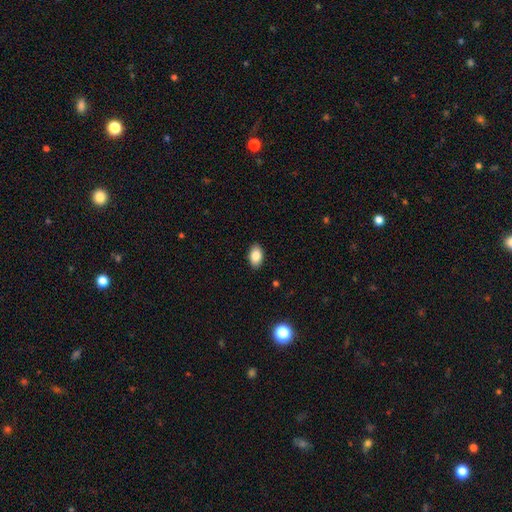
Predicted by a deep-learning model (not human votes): This is clearly a smooth galaxy (86%). How rounded: clearly in between (92%). Merging: clearly none (89%).